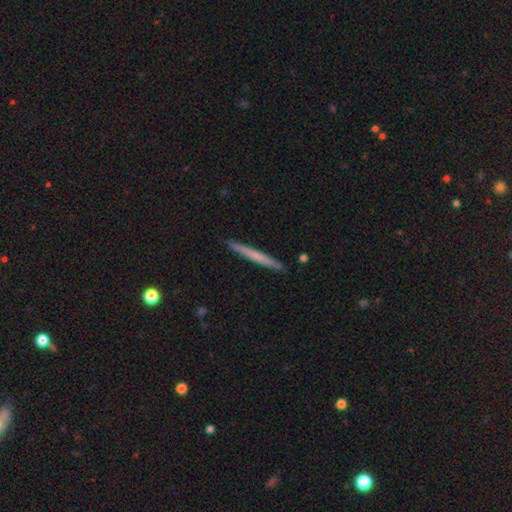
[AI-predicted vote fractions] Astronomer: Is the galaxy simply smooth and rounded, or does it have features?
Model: smooth — 57% (runner-up: featured or disk, 38%).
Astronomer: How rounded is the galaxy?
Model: cigar-shaped — 97%.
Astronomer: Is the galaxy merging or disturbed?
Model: none — 92%.